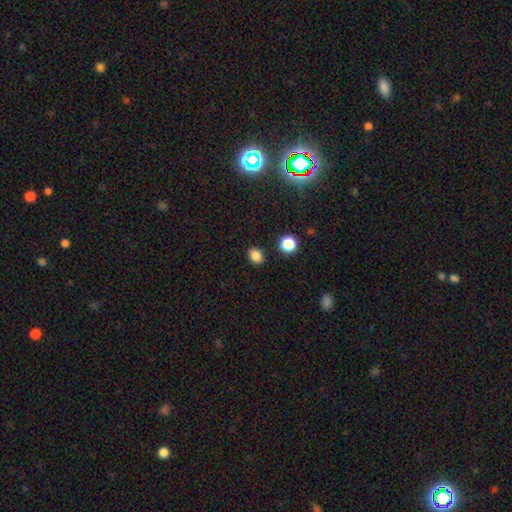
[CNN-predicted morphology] Smooth or featured? smooth (84%)
How rounded? in between (60%)
Merging? none (87%)